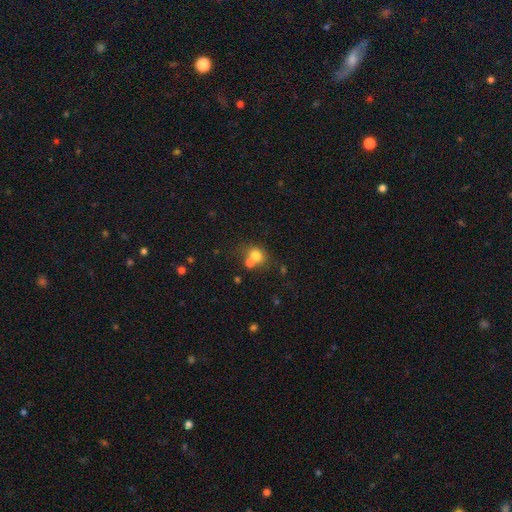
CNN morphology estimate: A smooth galaxy with no disk features (73%) that is round (65%).

Vote fractions:
- Smooth or featured? smooth: 73% / star or artifact: 14% / featured or disk: 13%
- How rounded? round: 65% / in between: 34% / cigar-shaped: 1%
- Merging? none: 43% (tied) / merger: 43% (tied) / minor disturbance: 10% / major disturbance: 5%